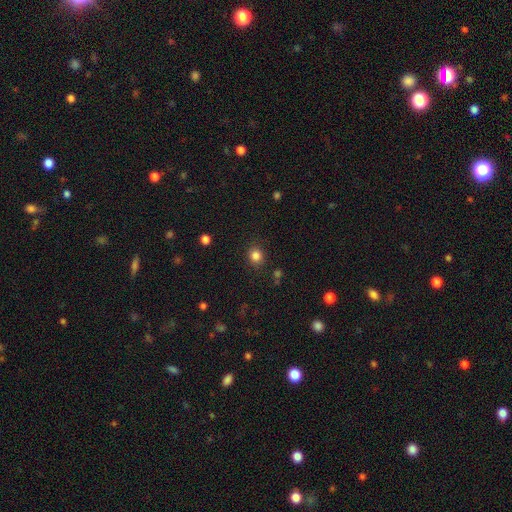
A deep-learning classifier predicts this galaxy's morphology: A smooth galaxy with no disk features (83%) that is round (83%). Merging: none (87%).